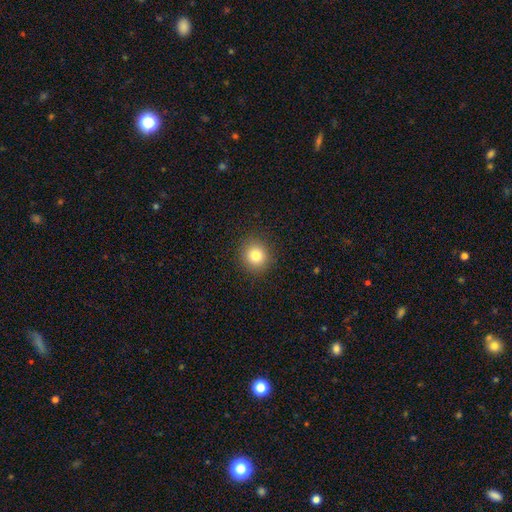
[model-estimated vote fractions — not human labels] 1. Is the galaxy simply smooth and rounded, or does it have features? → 81% smooth, 12% star or artifact, 7% featured or disk.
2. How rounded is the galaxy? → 89% round, 10% in between, 1% cigar-shaped.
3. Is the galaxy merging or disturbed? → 91% none, 6% minor disturbance, 2% major disturbance, 1% merger.